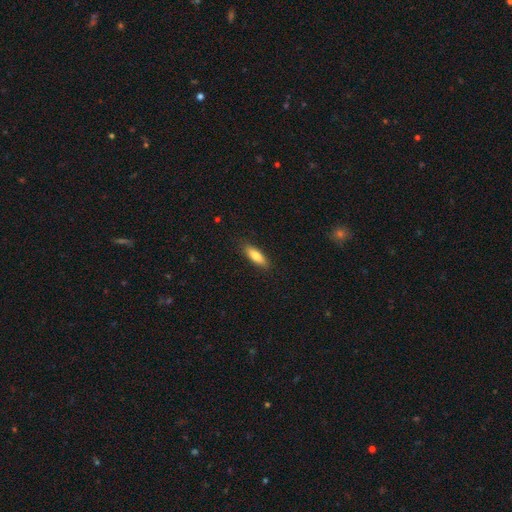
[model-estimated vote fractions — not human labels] This is likely a smooth galaxy (79%). How rounded: possibly in between (58%). Merging: clearly none (87%).